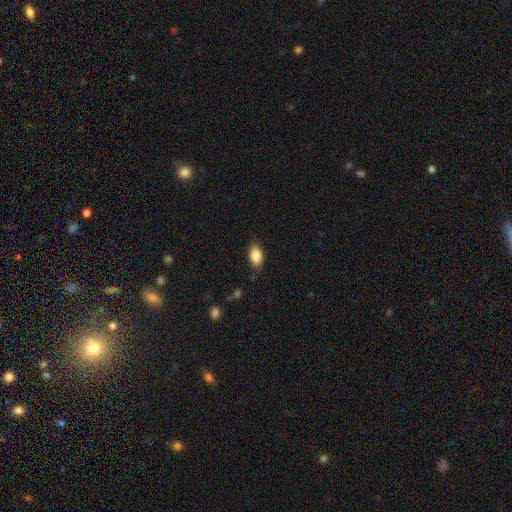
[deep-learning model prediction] smooth 86%, star or artifact 7%, featured or disk 7%. Down the decision tree: how rounded — in between (89%); merging — none (81%).